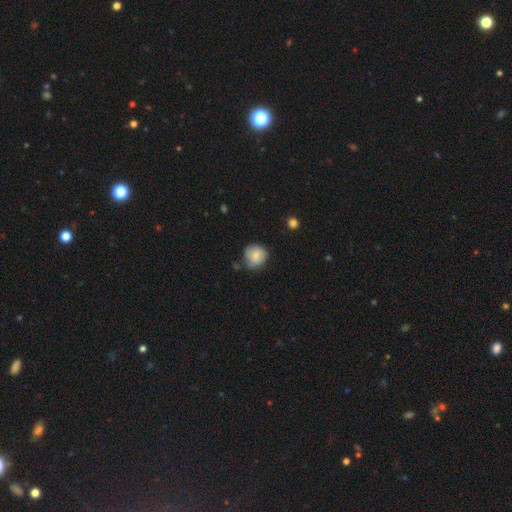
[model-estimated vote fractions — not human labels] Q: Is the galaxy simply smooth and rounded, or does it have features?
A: smooth — 79%.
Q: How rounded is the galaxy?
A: round — 86%.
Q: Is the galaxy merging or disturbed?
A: none — 60%.